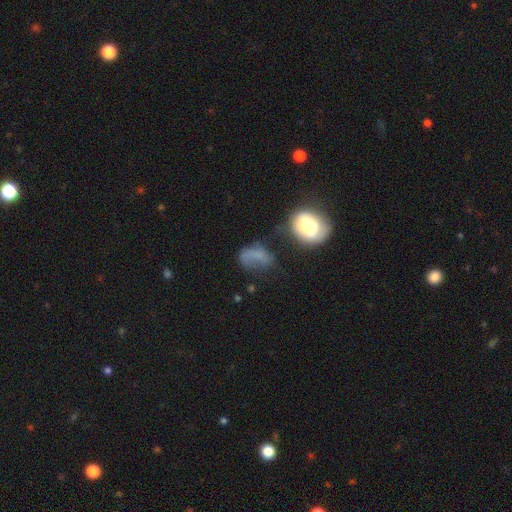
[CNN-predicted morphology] A smooth galaxy with no disk features (62%) that is in between round and cigar-shaped (71%).

Vote fractions:
- Smooth or featured? smooth: 62% / featured or disk: 22% / star or artifact: 15%
- How rounded? in between: 71% / round: 25% / cigar-shaped: 4%
- Merging? major disturbance: 35% / none: 29% / minor disturbance: 23% / merger: 12%